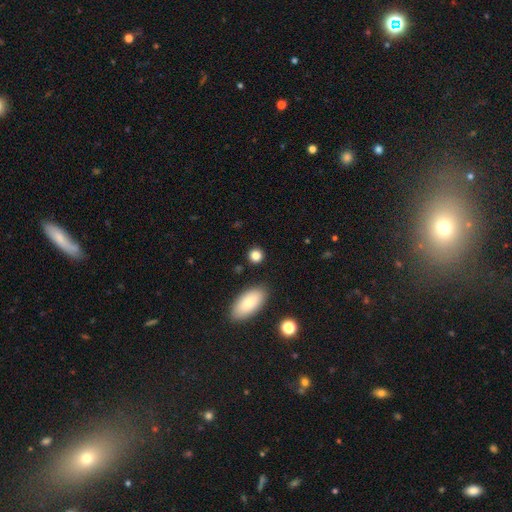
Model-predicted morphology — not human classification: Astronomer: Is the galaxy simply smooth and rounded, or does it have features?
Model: smooth — 84%.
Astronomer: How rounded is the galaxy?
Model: round — 78%.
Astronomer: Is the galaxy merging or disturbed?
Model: none — 86%.